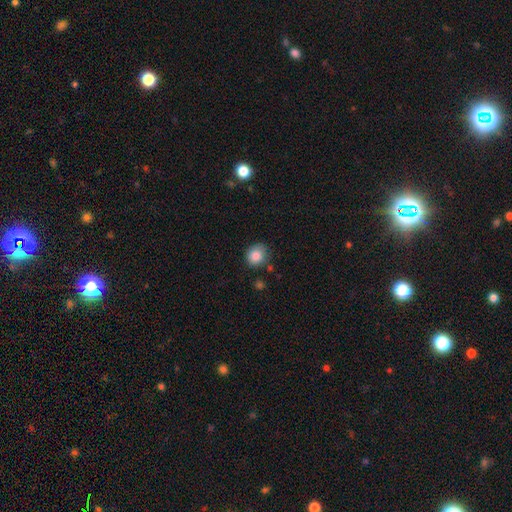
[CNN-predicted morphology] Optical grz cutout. It shows a smooth galaxy with no disk features (85%) that is round (79%). Merging: none (74%).